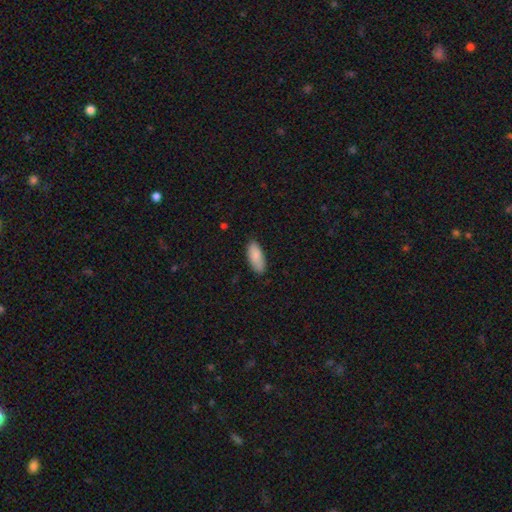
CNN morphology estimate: Overall: smooth (86%). How rounded: in between (84%). Merging: none (83%).